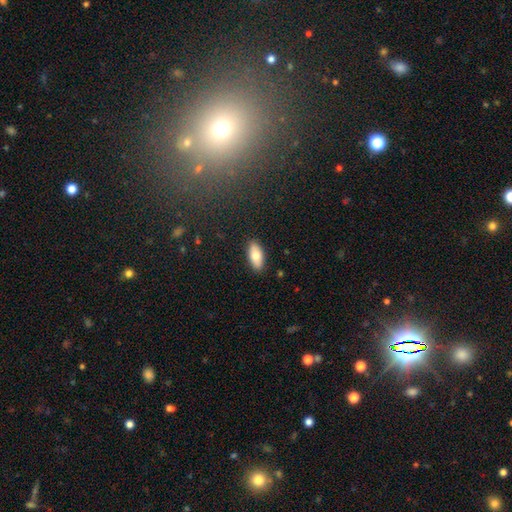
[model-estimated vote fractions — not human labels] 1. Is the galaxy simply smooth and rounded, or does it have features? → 77% smooth, 17% featured or disk, 6% star or artifact.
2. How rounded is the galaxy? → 87% in between, 10% cigar-shaped, 2% round.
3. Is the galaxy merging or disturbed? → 89% none, 8% minor disturbance, 2% major disturbance, 1% merger.